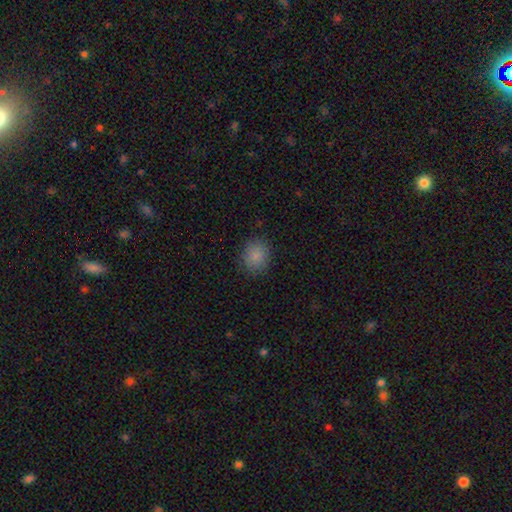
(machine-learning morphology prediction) A smooth galaxy with no disk features (85%) that is round (71%).

Vote fractions:
- Smooth or featured? smooth: 85% / star or artifact: 10% / featured or disk: 5%
- How rounded? round: 71% / in between: 28% / cigar-shaped: 1%
- Merging? none: 86% / minor disturbance: 10% / major disturbance: 3% / merger: 1%